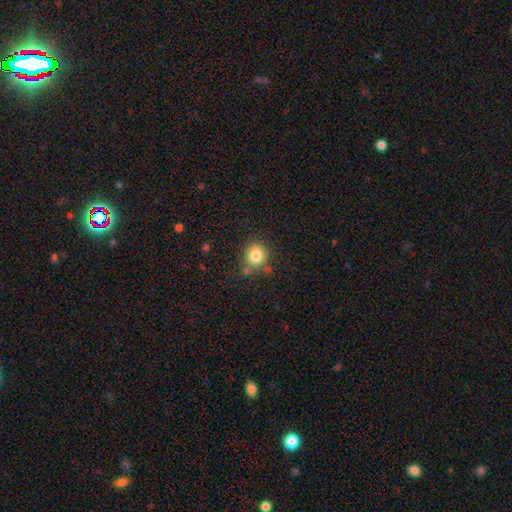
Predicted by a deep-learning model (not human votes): A smooth galaxy with no disk features (82%) that is round (85%).

Vote fractions:
- Smooth or featured? smooth: 82% / star or artifact: 10% / featured or disk: 8%
- How rounded? round: 85% / in between: 14% / cigar-shaped: 1%
- Merging? none: 73% / minor disturbance: 15% / merger: 8% / major disturbance: 5%